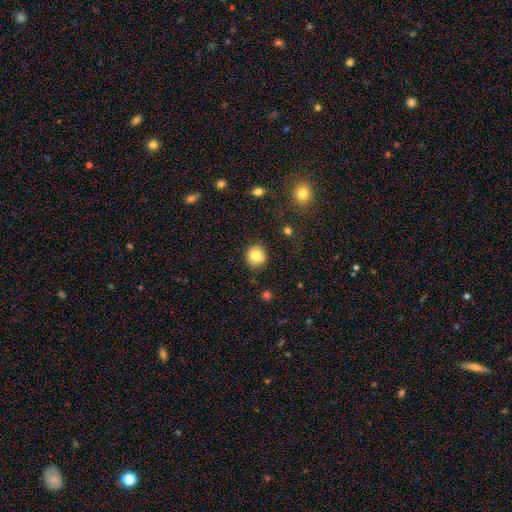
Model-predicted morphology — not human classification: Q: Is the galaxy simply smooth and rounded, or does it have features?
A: smooth — 83%.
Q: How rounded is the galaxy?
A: round — 89%.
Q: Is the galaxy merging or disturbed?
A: none — 89%.